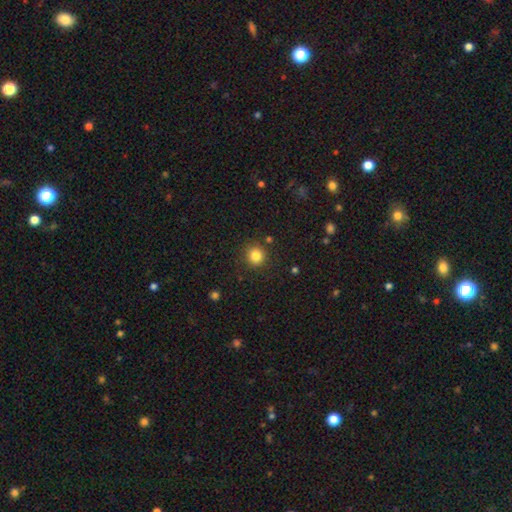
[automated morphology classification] Smooth or featured? Predicted: smooth (p=0.83). How rounded? Predicted: round (p=0.92). Merging? Predicted: none (p=0.89).